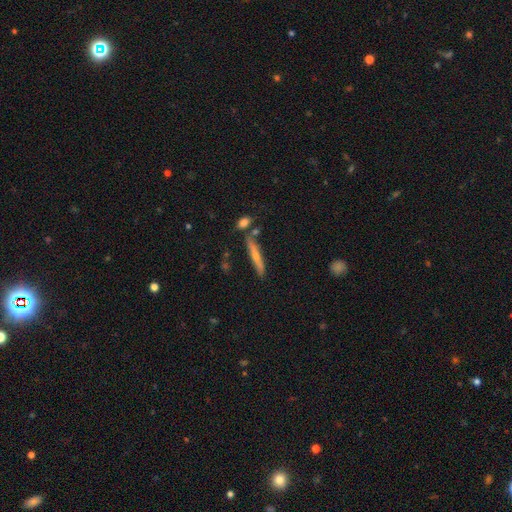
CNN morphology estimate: Overall: featured or disk (46%; smooth 37%). Merging: none (71%).